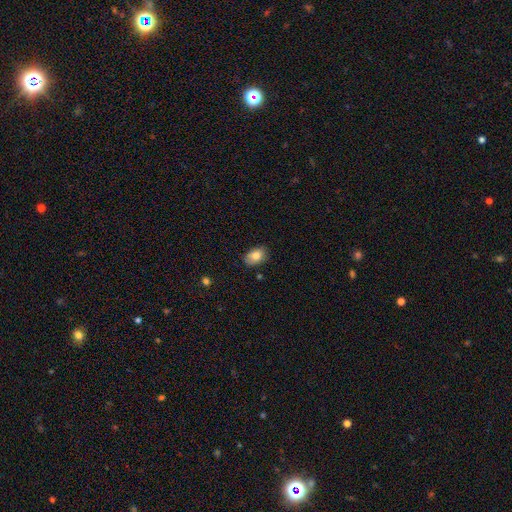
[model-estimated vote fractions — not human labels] Overall: smooth (80%). How rounded: in between (86%). Merging: none (75%).